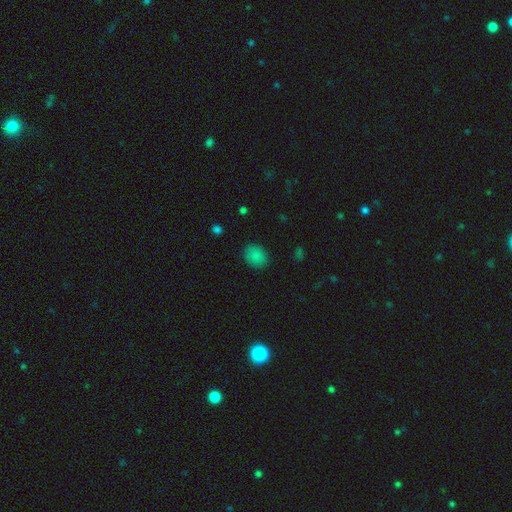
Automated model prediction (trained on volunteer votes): smooth 86%, star or artifact 10%, featured or disk 4%. Down the decision tree: how rounded — in between (52%); merging — none (86%).